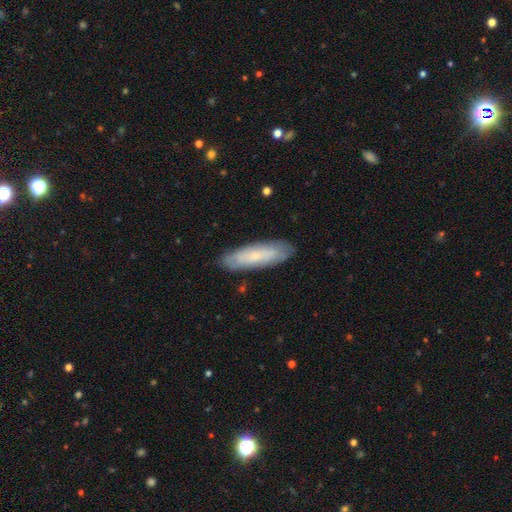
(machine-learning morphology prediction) The model was most divided on "smooth or featured": smooth: 56%, featured or disk: 37%, star or artifact: 7%. More confident: merging — none (86%); how rounded — cigar-shaped (62%).